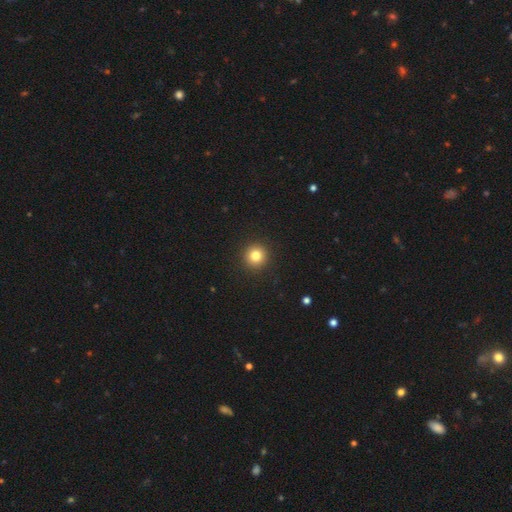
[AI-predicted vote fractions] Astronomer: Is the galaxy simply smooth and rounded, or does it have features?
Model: smooth — 82%.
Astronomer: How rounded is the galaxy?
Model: round — 94%.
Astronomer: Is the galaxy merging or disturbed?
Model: none — 93%.